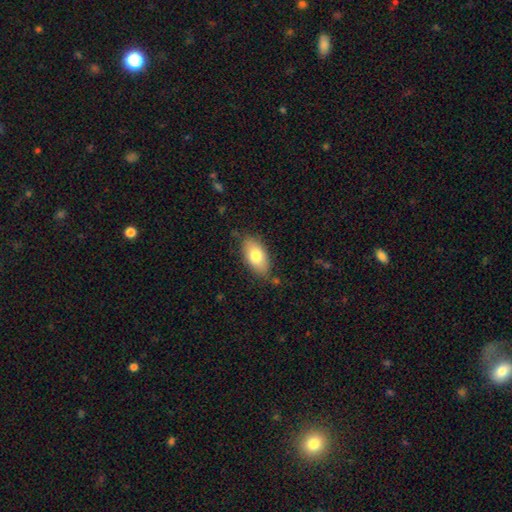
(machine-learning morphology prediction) The model was most divided on "smooth or featured": smooth: 76%, featured or disk: 17%, star or artifact: 7%. More confident: how rounded — in between (91%); merging — none (78%).